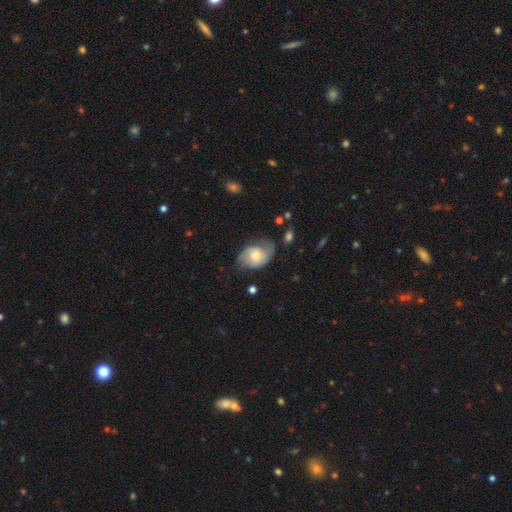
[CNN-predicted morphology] The model was most divided on "smooth or featured": featured or disk: 51%, smooth: 42%, star or artifact: 7%. More confident: edge-on disk — no (96%); merging — none (54%).